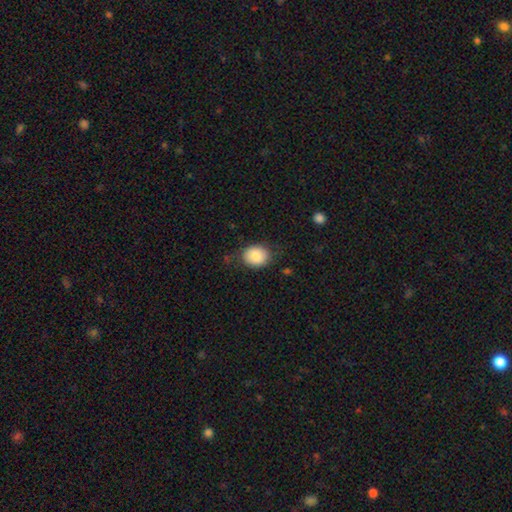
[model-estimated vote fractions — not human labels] Morphology: type=smooth (82%); roundness=round (59%); merging=none (78%).